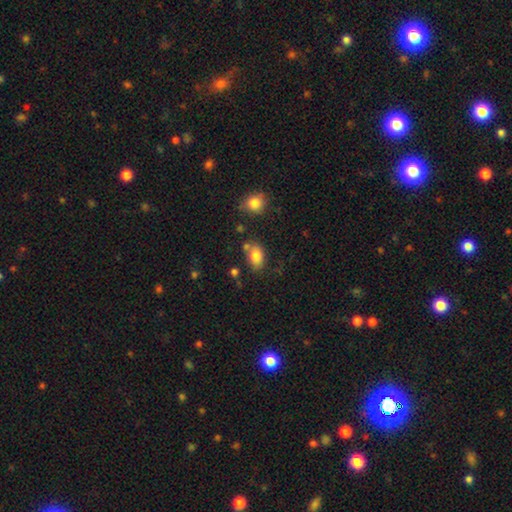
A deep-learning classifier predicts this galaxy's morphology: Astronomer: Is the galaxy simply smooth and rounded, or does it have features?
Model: smooth — 83%.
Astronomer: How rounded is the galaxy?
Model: in between — 83%.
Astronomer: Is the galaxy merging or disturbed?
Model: none — 66%.